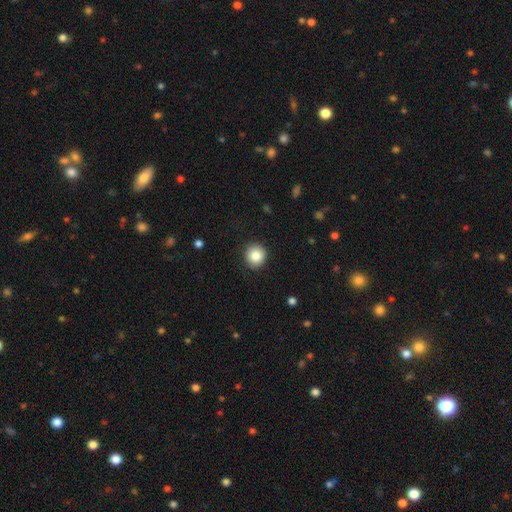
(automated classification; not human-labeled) Smooth or featured?
  - smooth: 85% *
  - star or artifact: 9%
  - featured or disk: 6%
How rounded?
  - round: 89% *
  - in between: 10%
  - cigar-shaped: 1%
Merging?
  - none: 90% *
  - minor disturbance: 7%
  - major disturbance: 2%
  - merger: 1%